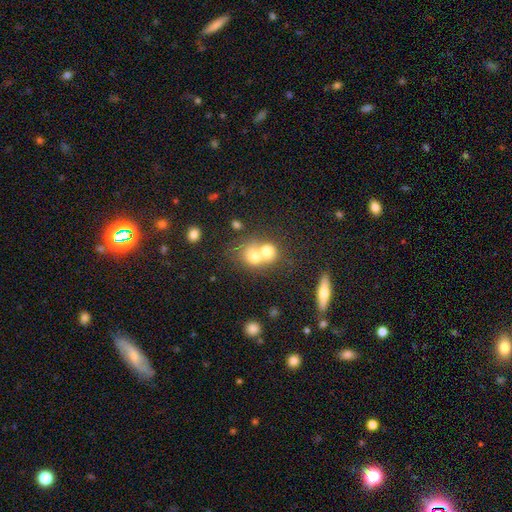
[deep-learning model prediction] This is likely a smooth galaxy (66%). How rounded: likely round (61%). Merging: likely merger (67%).